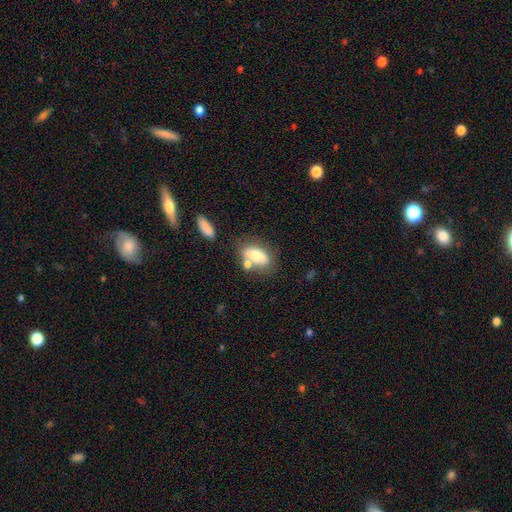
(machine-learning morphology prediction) Overall: smooth (67%). How rounded: in between (87%). Merging: none (47%; merger 28%).